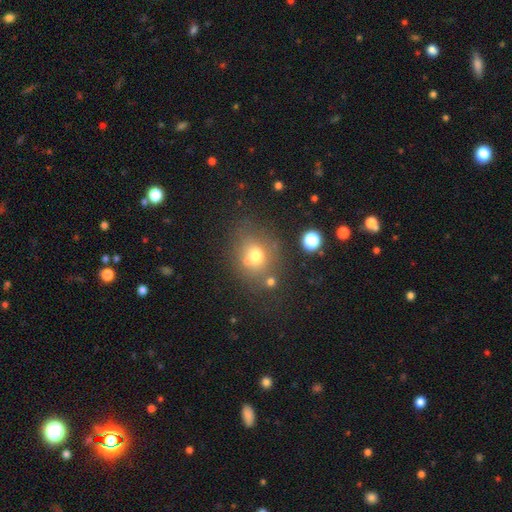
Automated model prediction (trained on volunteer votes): This is likely a smooth galaxy (68%). How rounded: likely round (67%). Merging: likely none (62%).